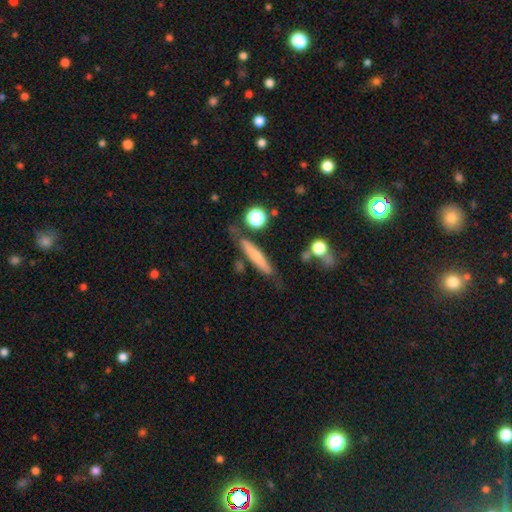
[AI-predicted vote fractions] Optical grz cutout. It shows a smooth galaxy with no disk features (55%) that is cigar-shaped (90%). Merging: none (71%).